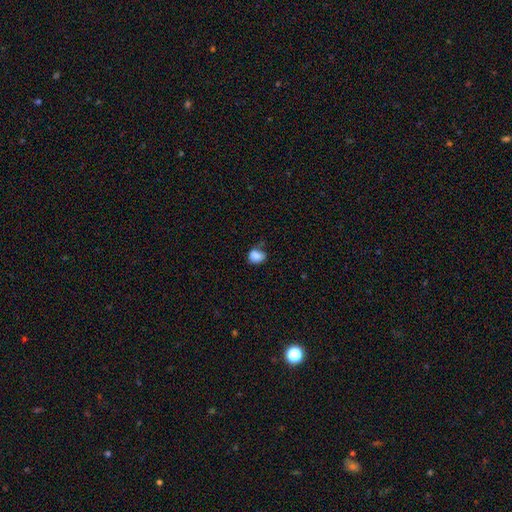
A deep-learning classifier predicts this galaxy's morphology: Q: Smooth or featured?
A: smooth (80%); runner-up: featured or disk (10%)
Q: How rounded?
A: round (53%); runner-up: in between (46%)
Q: Merging?
A: none (50%); runner-up: minor disturbance (32%)